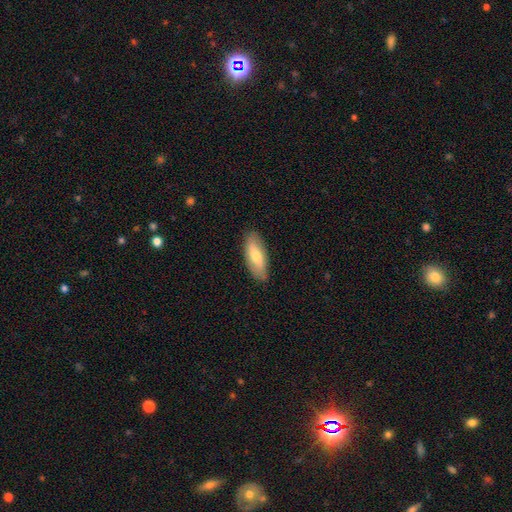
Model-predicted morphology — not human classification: smooth 66%, featured or disk 29%, star or artifact 6%. Down the decision tree: how rounded — in between (69%); merging — none (86%).